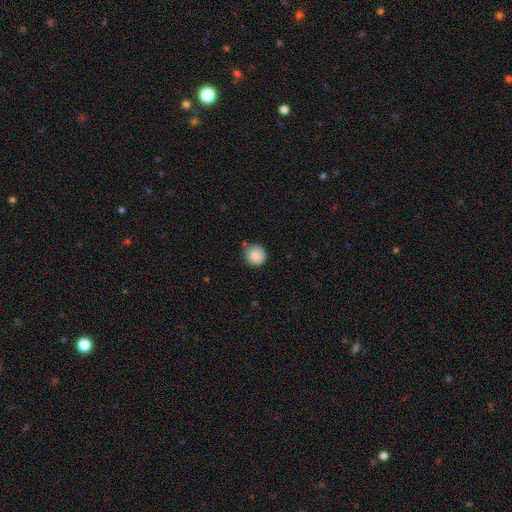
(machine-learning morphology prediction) Smooth or featured?
  - smooth: 87% *
  - star or artifact: 8%
  - featured or disk: 5%
How rounded?
  - round: 93% *
  - in between: 6%
  - cigar-shaped: 1%
Merging?
  - none: 76% *
  - minor disturbance: 17%
  - merger: 4%
  - major disturbance: 3%